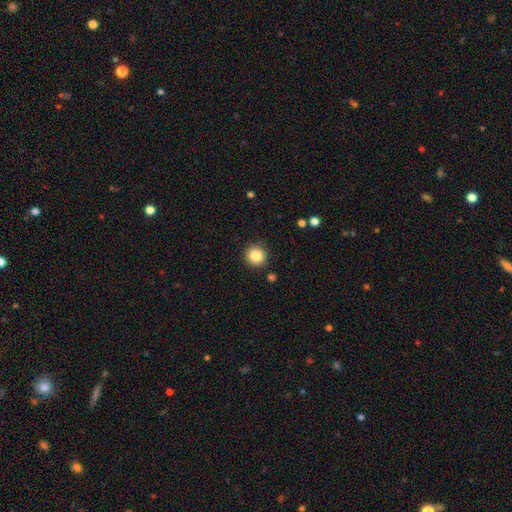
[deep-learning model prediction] smooth 86%, star or artifact 10%, featured or disk 5%. Down the decision tree: how rounded — round (94%); merging — none (90%).